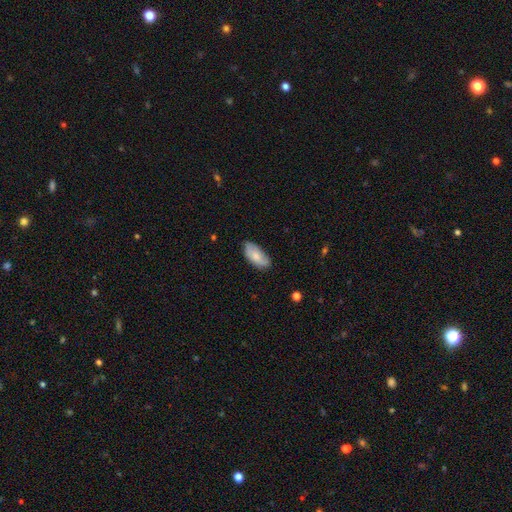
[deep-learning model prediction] This is likely a smooth galaxy (76%). How rounded: clearly in between (92%). Merging: likely none (74%).